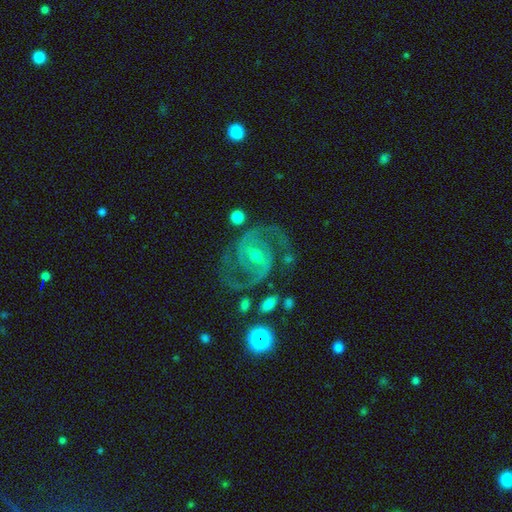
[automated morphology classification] A featured or disk galaxy (90%) with a weak bar (46%), 2 (87%) medium (56%) spiral arms (98%) and a small central bulge (55%).

Vote fractions:
- Smooth or featured? featured or disk: 90% / star or artifact: 6% / smooth: 4%
- Edge-on disk? no: 98% / yes: 2%
- Bar? weak: 46% / no: 34% / strong: 20%
- Spiral arms? yes: 98% / no: 2%
- Spiral winding? medium: 56% / tight: 34% / loose: 10%
- Spiral arm count? 2: 87% / 3: 5% / can't tell: 4% / 1: 2% / 4: 2% / more than 4: 2%
- Bulge size? small: 55% / moderate: 41% / none: 2% / large: 2% / dominant: 1%
- Merging? none: 74% / minor disturbance: 15% / major disturbance: 9% / merger: 3%